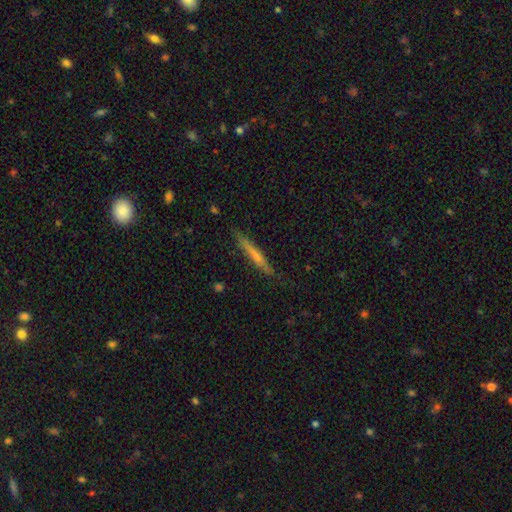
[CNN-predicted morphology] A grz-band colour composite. It shows a featured or disk galaxy (54%) viewed edge-on (95%) with a rounded central bulge (50%). Merging: none (83%).